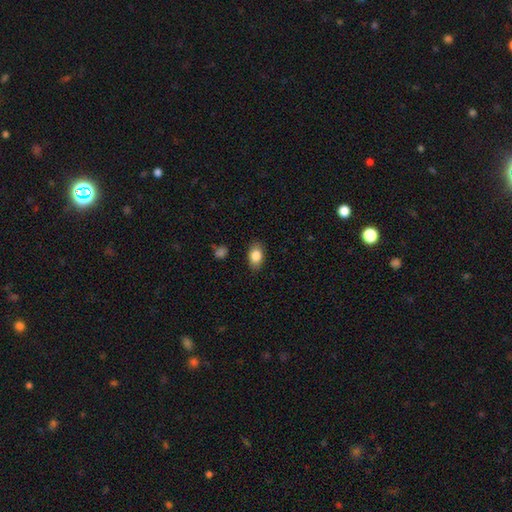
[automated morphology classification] smooth-or-featured: smooth: 85% | featured or disk: 8% | star or artifact: 8%
  how-rounded: in between: 88% | round: 9% | cigar-shaped: 2%
  merging: none: 85% | minor disturbance: 11% | major disturbance: 3% | merger: 1%